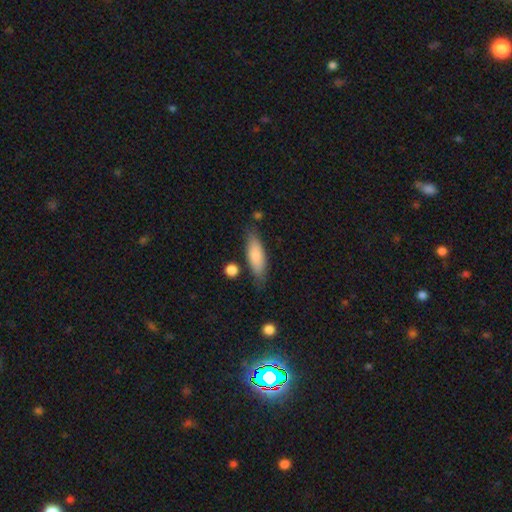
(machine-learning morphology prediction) smooth 81%, featured or disk 14%, star or artifact 6%. Down the decision tree: how rounded — in between (56%); merging — none (75%).